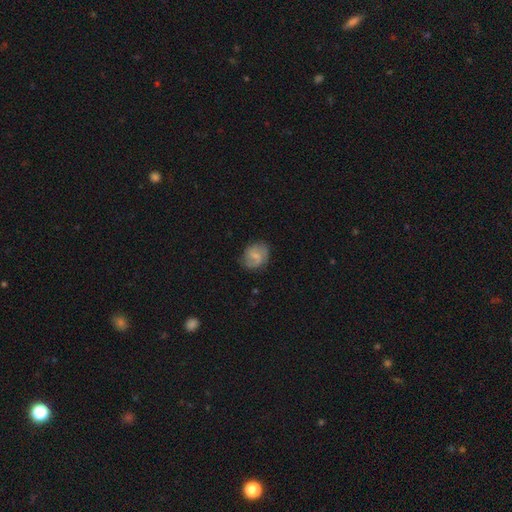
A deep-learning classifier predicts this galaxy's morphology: Smooth or featured: featured or disk — 52% (smooth — 40%)
Edge-on disk: no — 97% (yes — 3%)
Bar: weak — 53% (no — 36%)
Spiral arms: yes — 86% (no — 14%)
Bulge size: small — 50% (moderate — 26%)
Merging: none — 72% (minor disturbance — 20%)